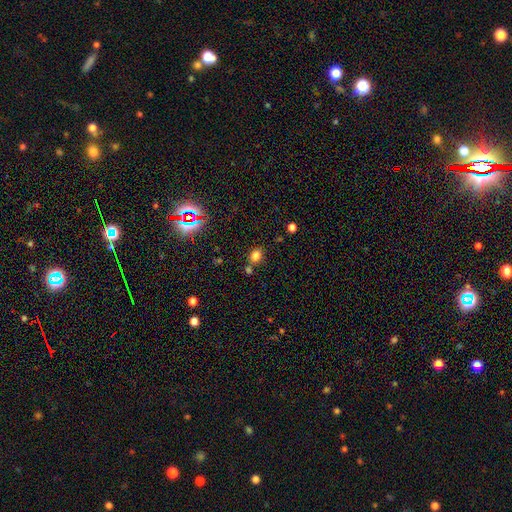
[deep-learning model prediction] Smooth or featured: smooth — 76% (star or artifact — 18%)
How rounded: in between — 55% (round — 43%)
Merging: none — 69% (merger — 15%)